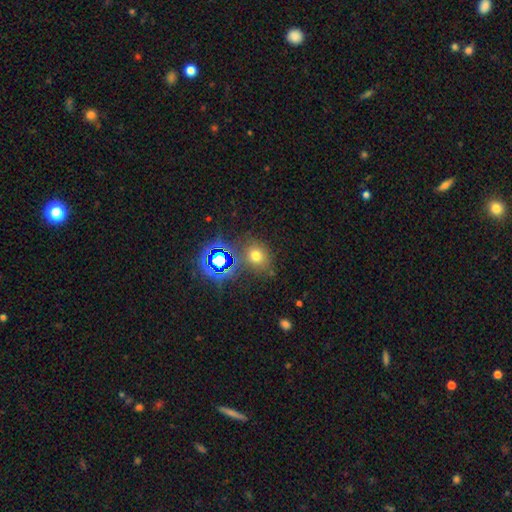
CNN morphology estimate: smooth-or-featured: smooth: 61% | star or artifact: 30% | featured or disk: 9%
  how-rounded: round: 63% | in between: 36% | cigar-shaped: 1%
  merging: none: 76% | minor disturbance: 12% | merger: 7% | major disturbance: 5%